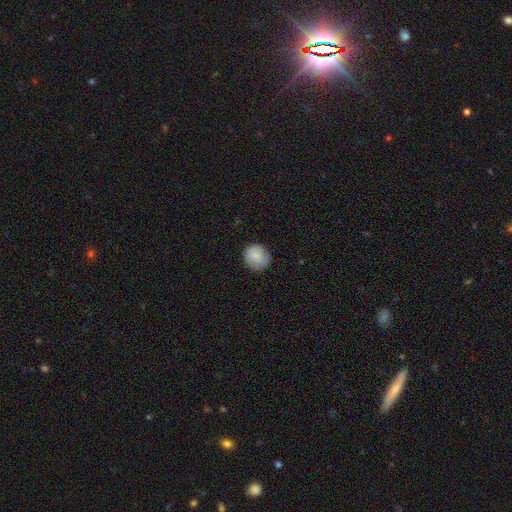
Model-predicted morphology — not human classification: The model was most divided on "merging": none: 84%, minor disturbance: 13%, major disturbance: 3%, merger: 1%. More confident: how rounded — round (89%); smooth or featured — smooth (87%).